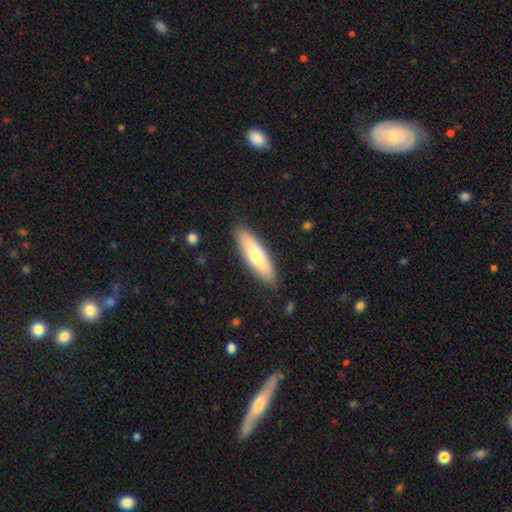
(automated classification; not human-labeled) A smooth galaxy with no disk features (65%) that is cigar-shaped (62%).

Vote fractions:
- Smooth or featured? smooth: 65% / featured or disk: 29% / star or artifact: 5%
- How rounded? cigar-shaped: 62% / in between: 37% / round: 2%
- Merging? none: 89% / minor disturbance: 8% / major disturbance: 2% / merger: 1%